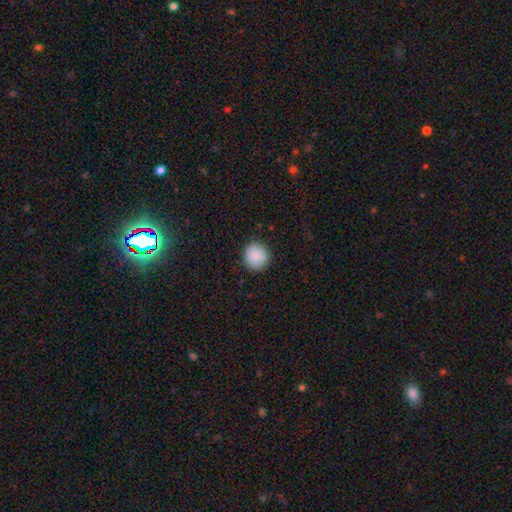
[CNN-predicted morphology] Overall: smooth (88%). How rounded: round (92%). Merging: none (89%).